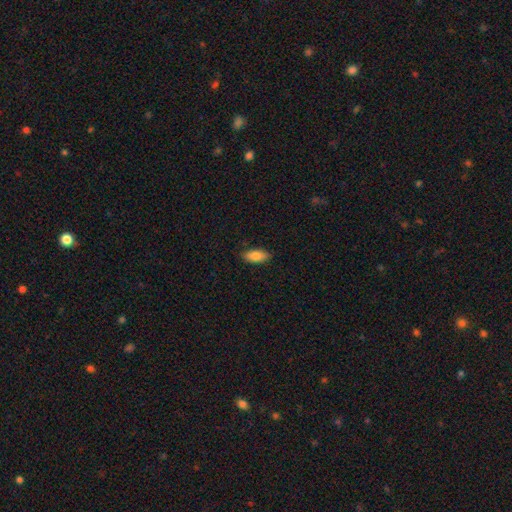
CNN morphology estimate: This is clearly a smooth galaxy (84%). How rounded: clearly in between (83%). Merging: clearly none (87%).